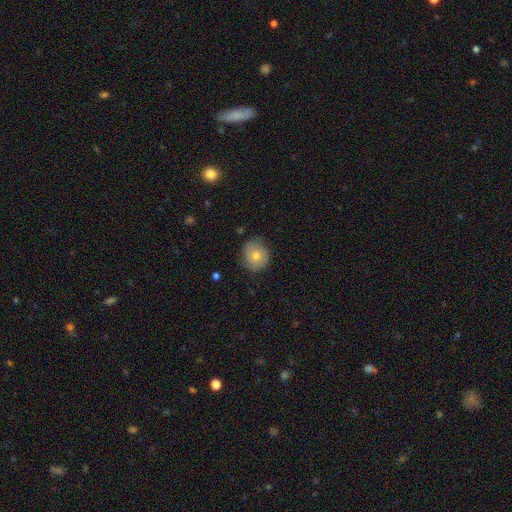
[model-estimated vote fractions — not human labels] Smooth or featured?
  - smooth: 70% *
  - featured or disk: 21%
  - star or artifact: 9%
How rounded?
  - round: 79% *
  - in between: 20%
  - cigar-shaped: 1%
Merging?
  - none: 77% *
  - minor disturbance: 19%
  - major disturbance: 3%
  - merger: 1%